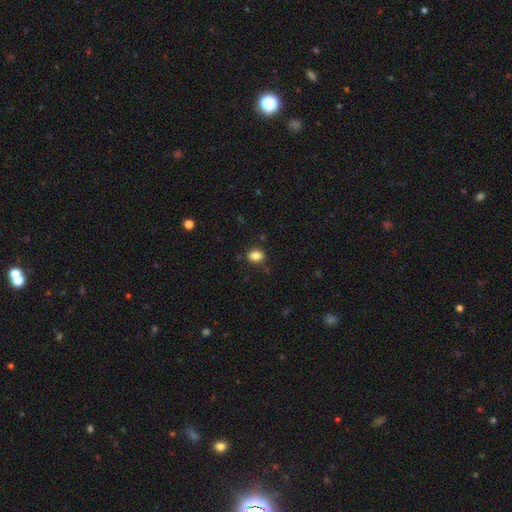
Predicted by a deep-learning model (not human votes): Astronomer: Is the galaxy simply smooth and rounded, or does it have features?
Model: smooth — 86%.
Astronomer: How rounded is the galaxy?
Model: in between — 71%.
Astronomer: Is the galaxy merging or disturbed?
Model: none — 82%.